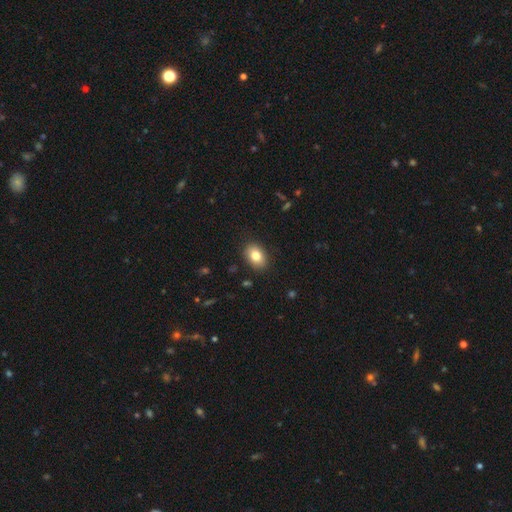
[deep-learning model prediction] Smooth or featured: smooth — 83% (featured or disk — 9%)
How rounded: in between — 81% (round — 18%)
Merging: none — 88% (minor disturbance — 9%)